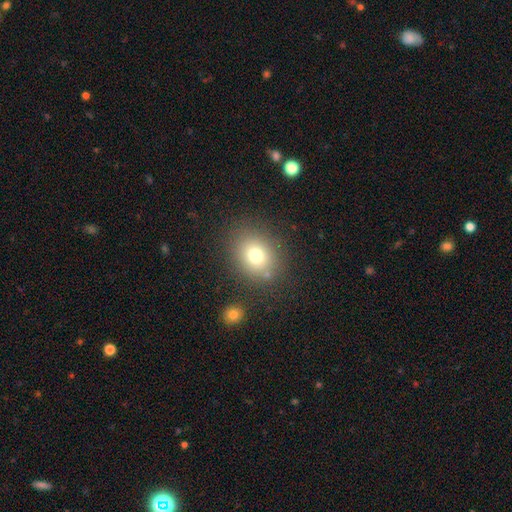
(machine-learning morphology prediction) Q: Smooth or featured?
A: smooth (75%); runner-up: star or artifact (14%)
Q: How rounded?
A: round (60%); runner-up: in between (39%)
Q: Merging?
A: none (80%); runner-up: minor disturbance (10%)